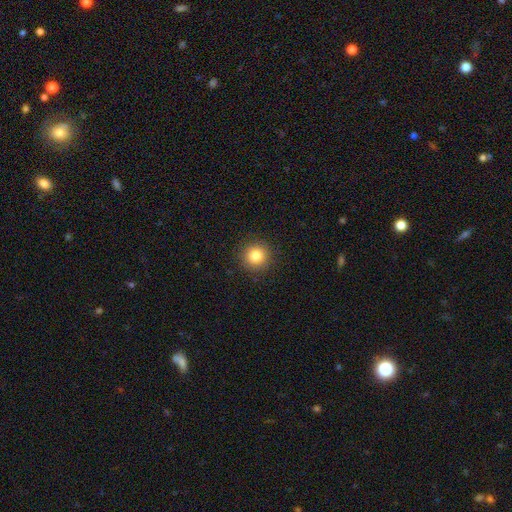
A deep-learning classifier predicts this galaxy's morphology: This appears to be a smooth galaxy with no disk features (83%) that is round (94%). Merging: none (91%).